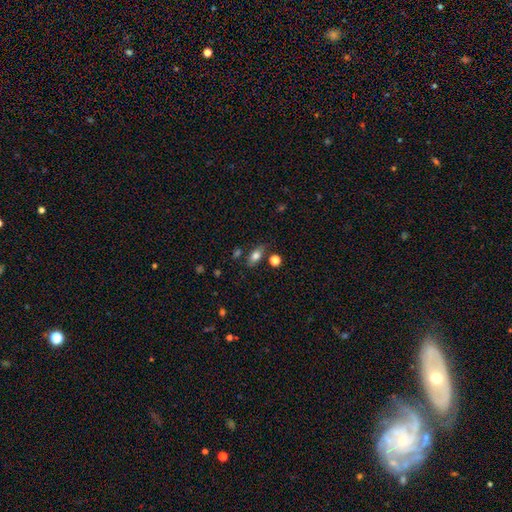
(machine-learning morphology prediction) smooth 78%, featured or disk 13%, star or artifact 9%. Down the decision tree: how rounded — in between (84%); merging — none (76%).